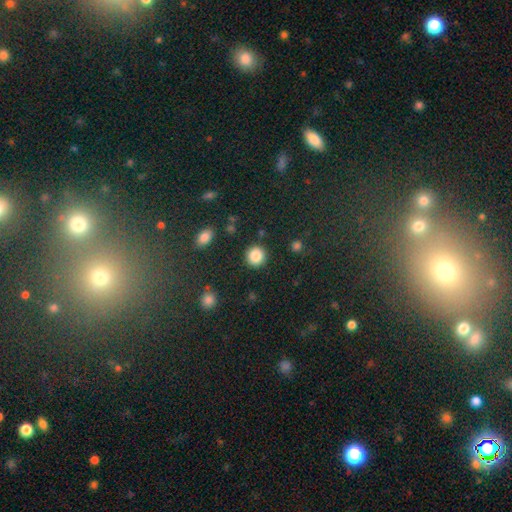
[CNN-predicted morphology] A smooth galaxy with no disk features (86%) that is round (92%). Merging: none (90%).